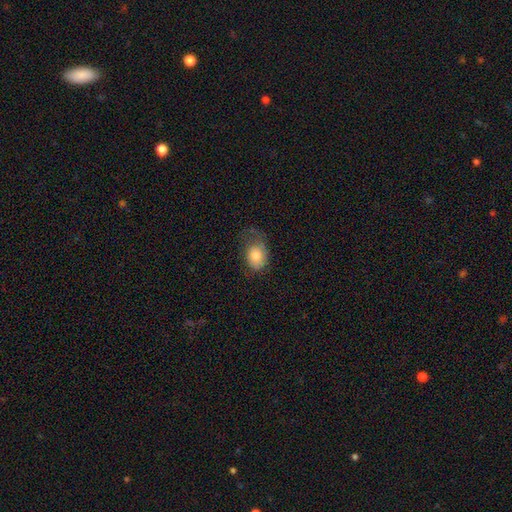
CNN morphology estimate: This appears to be a smooth galaxy with no disk features (74%) that is in between round and cigar-shaped (70%). Merging: major disturbance (34%).